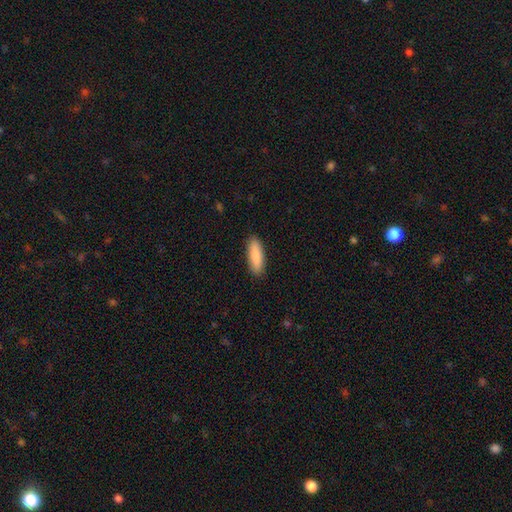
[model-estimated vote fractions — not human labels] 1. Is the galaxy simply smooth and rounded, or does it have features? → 87% smooth, 7% featured or disk, 6% star or artifact.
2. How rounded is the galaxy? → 56% in between, 43% cigar-shaped, 2% round.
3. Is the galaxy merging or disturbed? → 90% none, 8% minor disturbance, 2% major disturbance, 1% merger.